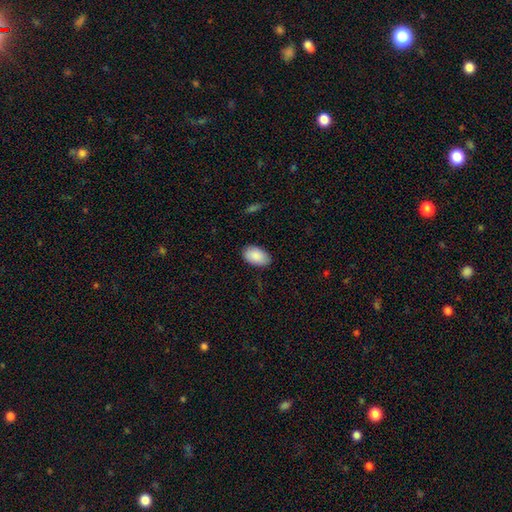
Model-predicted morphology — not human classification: A smooth galaxy with no disk features (89%) that is in between round and cigar-shaped (93%). Merging: none (85%).